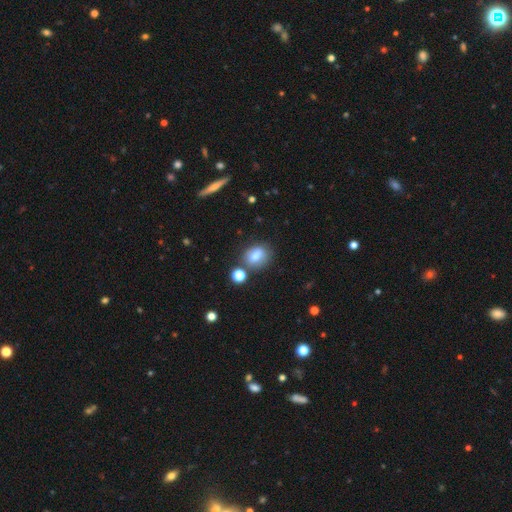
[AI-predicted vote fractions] Smooth or featured: smooth — 75% (featured or disk — 14%)
How rounded: in between — 61% (round — 37%)
Merging: none — 67% (minor disturbance — 17%)